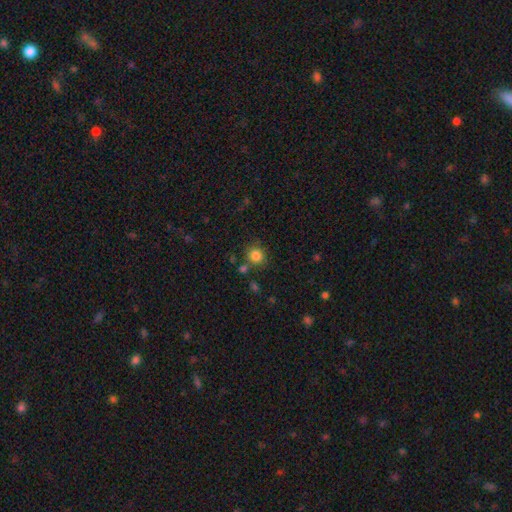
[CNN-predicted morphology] The model was most divided on "merging": none: 76%, minor disturbance: 11%, merger: 9%, major disturbance: 4%. More confident: how rounded — round (87%); smooth or featured — smooth (83%).